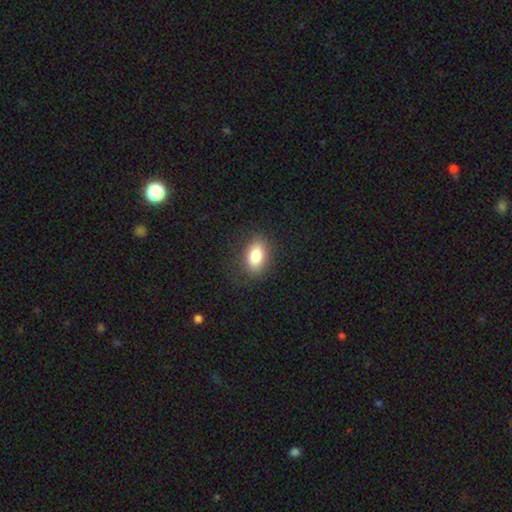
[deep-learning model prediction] Morphology: type=smooth (83%); roundness=in between (88%); merging=none (82%).